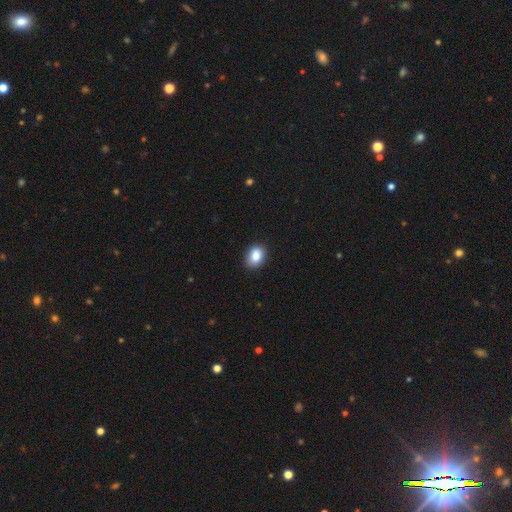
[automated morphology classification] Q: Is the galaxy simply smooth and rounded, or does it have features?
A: smooth — 86%.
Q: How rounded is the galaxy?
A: in between — 71%.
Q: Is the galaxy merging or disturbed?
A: none — 84%.